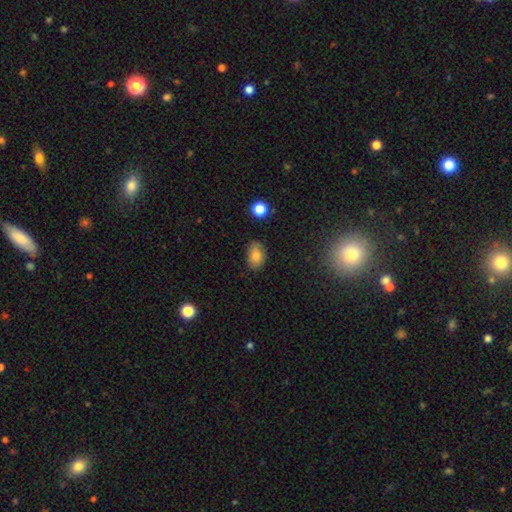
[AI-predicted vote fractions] Smooth or featured: smooth — 81% (star or artifact — 10%)
How rounded: in between — 85% (round — 14%)
Merging: none — 78% (minor disturbance — 17%)